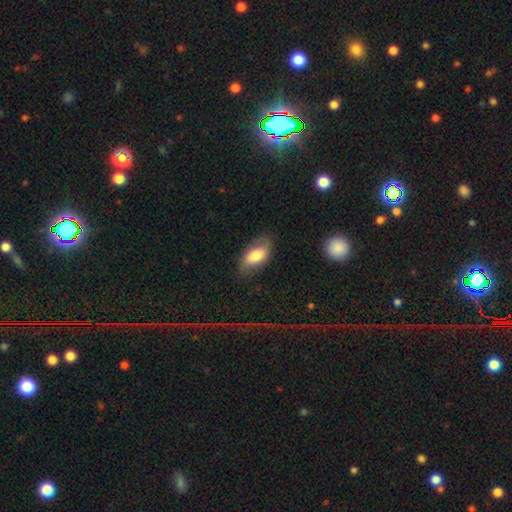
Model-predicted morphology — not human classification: smooth-or-featured: smooth: 61% | featured or disk: 32% | star or artifact: 7%
  how-rounded: in between: 90% | round: 5% | cigar-shaped: 5%
  merging: none: 71% | minor disturbance: 21% | major disturbance: 6% | merger: 2%